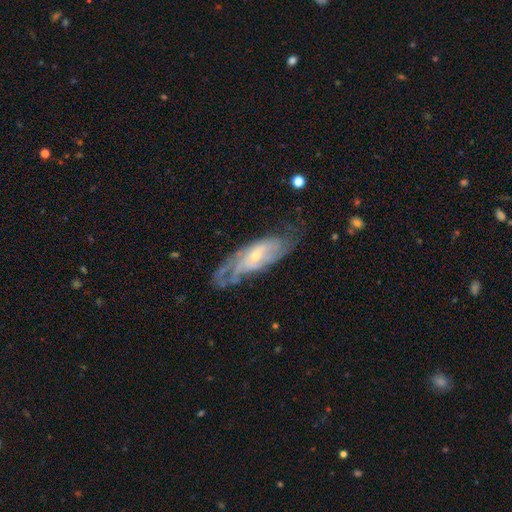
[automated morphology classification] A featured or disk galaxy (77%) with no bar (62%), tight (49%) spiral arms (86%) and a small central bulge (64%). Merging: none (55%).